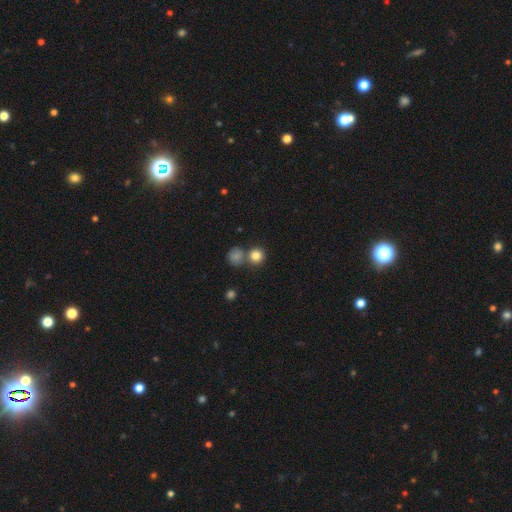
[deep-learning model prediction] smooth 82%, star or artifact 11%, featured or disk 6%. Down the decision tree: how rounded — round (91%); merging — none (66%).